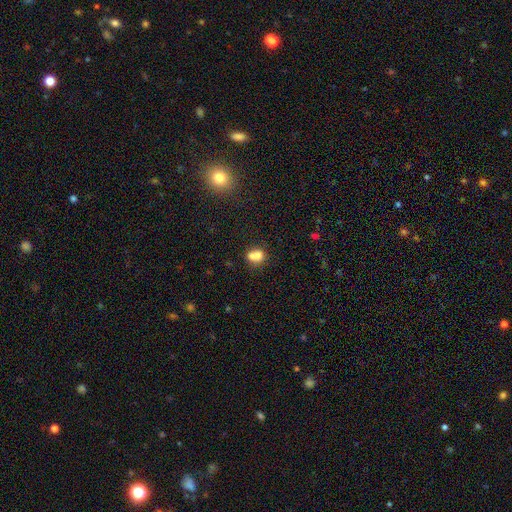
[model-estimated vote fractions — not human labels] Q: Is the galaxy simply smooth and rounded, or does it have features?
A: smooth — 72%.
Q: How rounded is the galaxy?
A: round — 60%.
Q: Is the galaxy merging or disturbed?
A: merger — 55%.